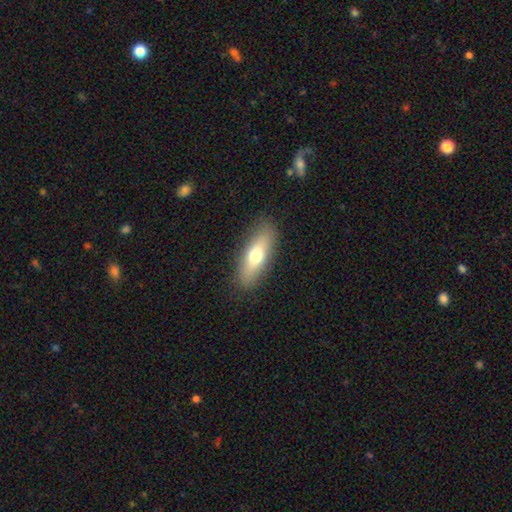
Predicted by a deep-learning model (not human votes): A smooth galaxy with no disk features (66%) that is in between round and cigar-shaped (57%).

Vote fractions:
- Smooth or featured? smooth: 66% / featured or disk: 27% / star or artifact: 7%
- How rounded? in between: 57% / cigar-shaped: 40% / round: 3%
- Merging? none: 88% / minor disturbance: 9% / major disturbance: 3% / merger: 1%